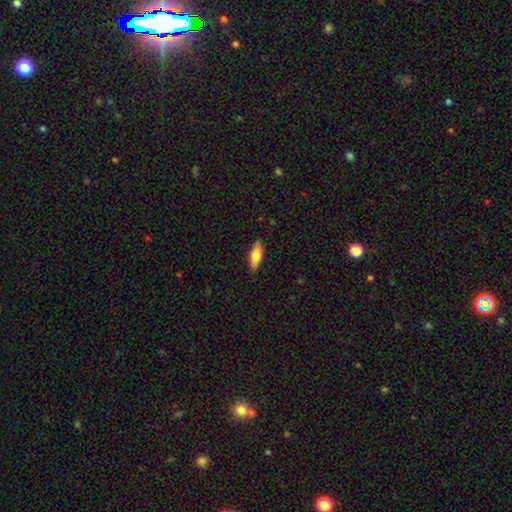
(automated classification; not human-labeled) smooth 68%, featured or disk 26%, star or artifact 6%. Down the decision tree: how rounded — in between (61%); merging — none (86%).